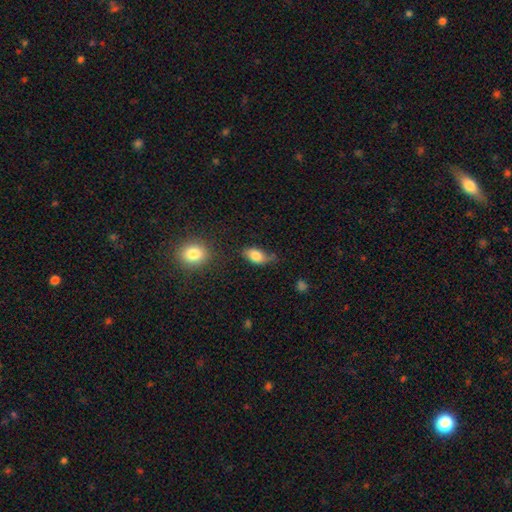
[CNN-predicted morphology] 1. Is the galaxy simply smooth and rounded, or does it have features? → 81% smooth, 11% featured or disk, 8% star or artifact.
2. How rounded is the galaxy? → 89% in between, 8% round, 3% cigar-shaped.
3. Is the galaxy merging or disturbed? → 55% none, 31% minor disturbance, 9% major disturbance, 5% merger.